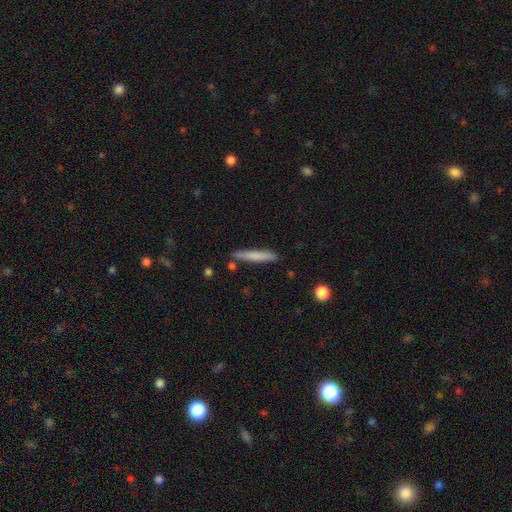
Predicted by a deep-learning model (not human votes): Overall: smooth (72%). How rounded: cigar-shaped (94%). Merging: none (84%).